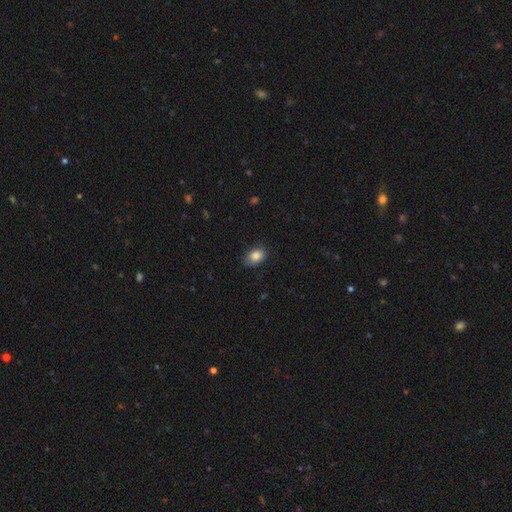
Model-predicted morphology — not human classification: This appears to be a smooth galaxy with no disk features (86%) that is in between round and cigar-shaped (81%). Merging: none (75%).